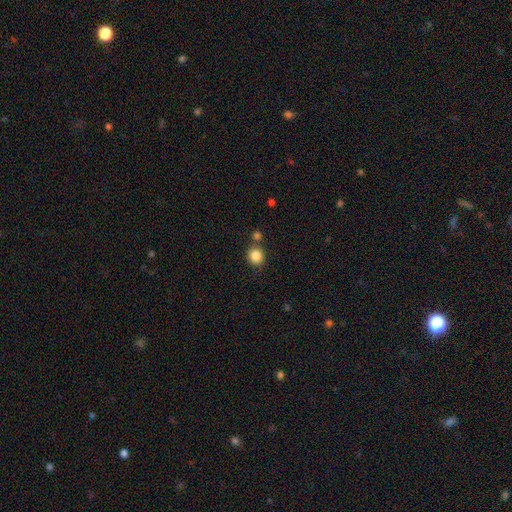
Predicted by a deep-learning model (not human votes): This is clearly a smooth galaxy (85%). How rounded: clearly round (86%). Merging: likely none (75%).